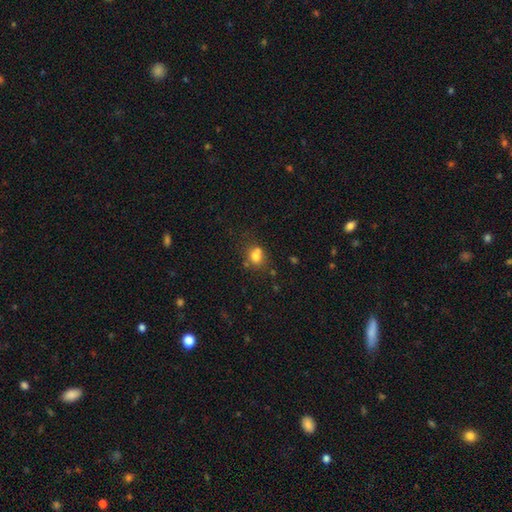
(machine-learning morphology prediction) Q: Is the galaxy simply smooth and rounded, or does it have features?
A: smooth — 71%.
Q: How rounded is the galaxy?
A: round — 63%.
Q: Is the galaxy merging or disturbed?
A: none — 45%.